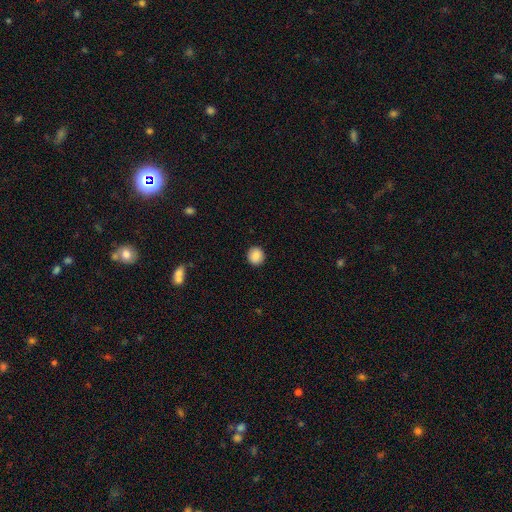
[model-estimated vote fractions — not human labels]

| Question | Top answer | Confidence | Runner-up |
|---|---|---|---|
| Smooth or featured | smooth | 88% | star or artifact (8%) |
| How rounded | round | 88% | in between (11%) |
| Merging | none | 92% | minor disturbance (5%) |